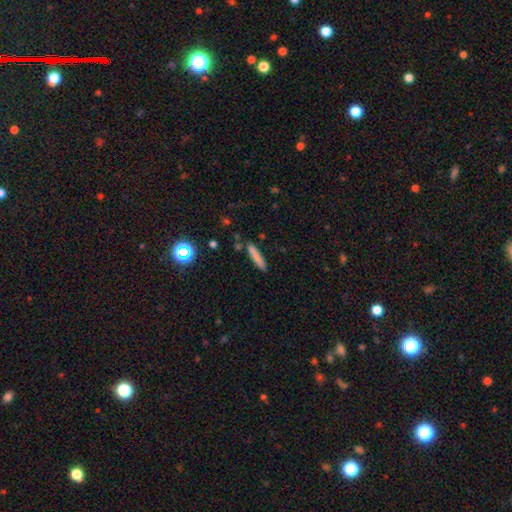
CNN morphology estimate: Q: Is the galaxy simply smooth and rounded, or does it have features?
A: smooth — 80%.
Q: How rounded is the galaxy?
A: cigar-shaped — 90%.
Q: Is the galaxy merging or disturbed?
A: none — 84%.